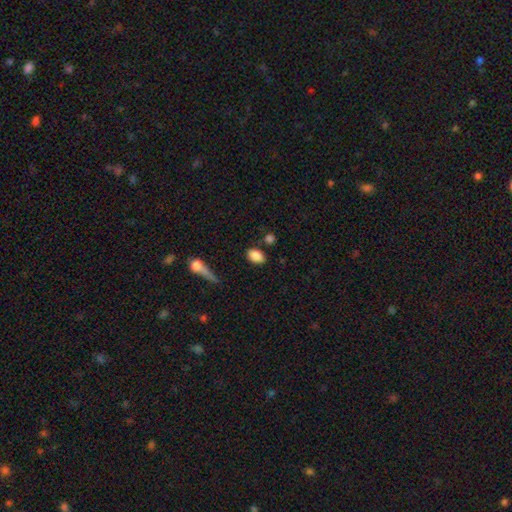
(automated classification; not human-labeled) Smooth or featured?
  - smooth: 86% *
  - star or artifact: 8%
  - featured or disk: 6%
How rounded?
  - in between: 85% *
  - round: 13%
  - cigar-shaped: 2%
Merging?
  - none: 76% *
  - minor disturbance: 13%
  - merger: 7%
  - major disturbance: 5%